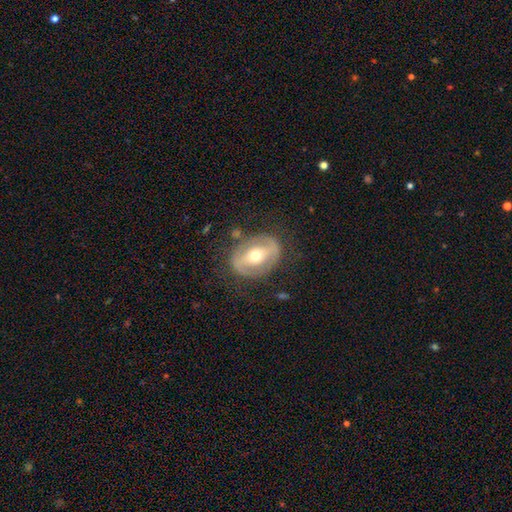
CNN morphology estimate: Smooth or featured? featured or disk (70%)
Edge-on disk? no (94%)
Bar? strong (42%)
Spiral arms? no (51%)
Bulge size? moderate (67%)
Merging? none (75%)